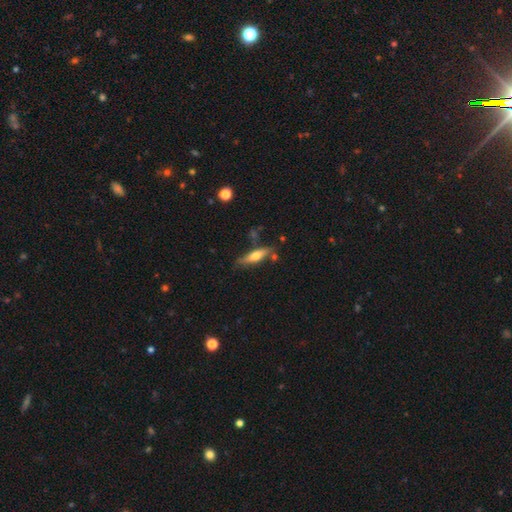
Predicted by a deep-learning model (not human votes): smooth_or_featured: smooth (p=0.52) [alt: featured or disk p=0.42]
how_rounded: cigar-shaped (p=0.69) [alt: in between p=0.29]
merging: none (p=0.72) [alt: minor disturbance p=0.17]